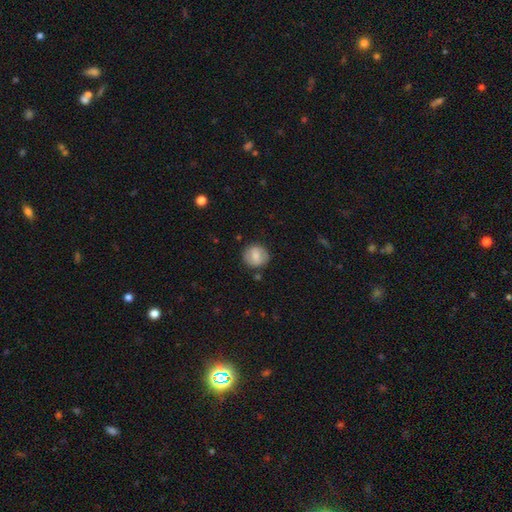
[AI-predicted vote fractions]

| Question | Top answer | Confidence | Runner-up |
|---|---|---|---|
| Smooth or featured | smooth | 70% | featured or disk (23%) |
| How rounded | round | 85% | in between (14%) |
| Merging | none | 84% | minor disturbance (11%) |